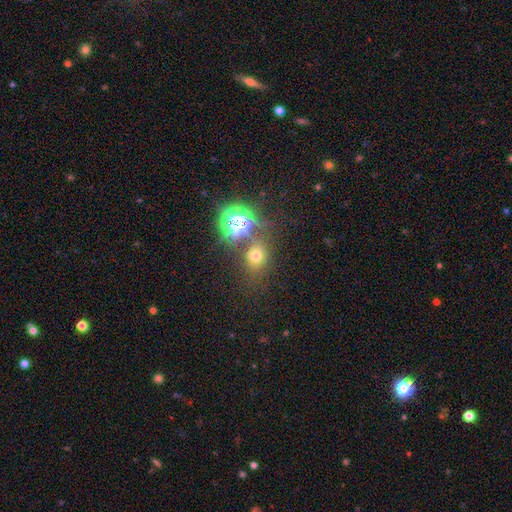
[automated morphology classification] Overall: smooth (49%; star or artifact 40%). Merging: none (63%).